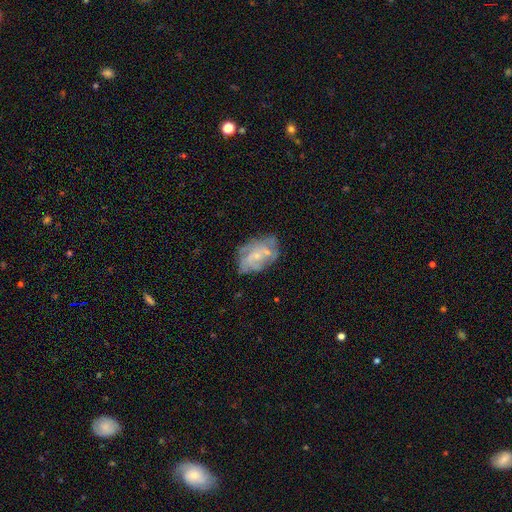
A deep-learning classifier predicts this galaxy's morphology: Q: Smooth or featured?
A: featured or disk (64%); runner-up: smooth (27%)
Q: Edge-on disk?
A: no (97%); runner-up: yes (3%)
Q: Bar?
A: no (75%); runner-up: weak (21%)
Q: Spiral arms?
A: yes (61%); runner-up: no (39%)
Q: Bulge size?
A: small (69%); runner-up: moderate (19%)
Q: Merging?
A: none (54%); runner-up: minor disturbance (25%)